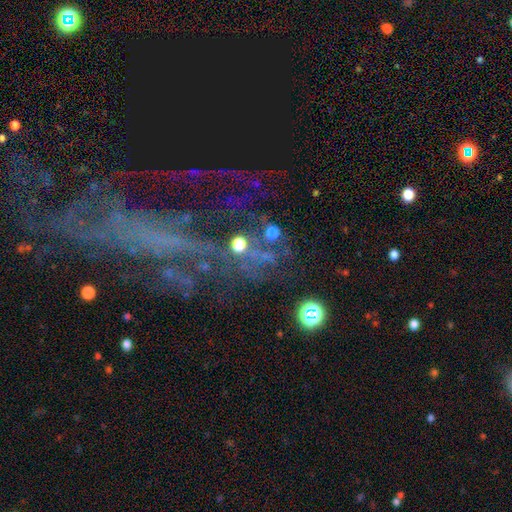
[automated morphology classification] smooth-or-featured: star or artifact: 51% | featured or disk: 29% | smooth: 21%